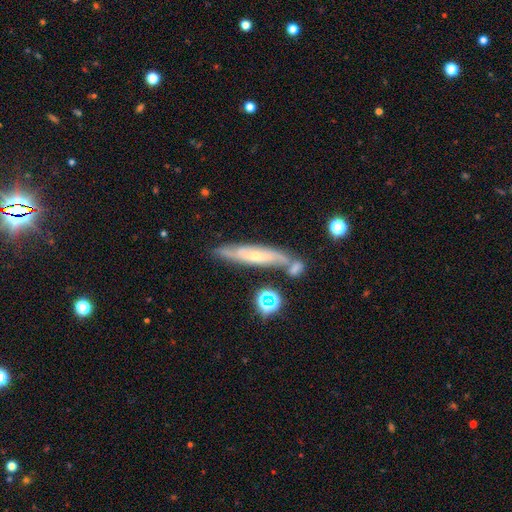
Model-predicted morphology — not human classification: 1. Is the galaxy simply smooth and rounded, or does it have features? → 64% featured or disk, 28% smooth, 8% star or artifact.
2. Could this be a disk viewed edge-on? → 58% yes, 42% no.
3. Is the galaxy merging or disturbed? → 62% none, 17% minor disturbance, 15% merger, 5% major disturbance.